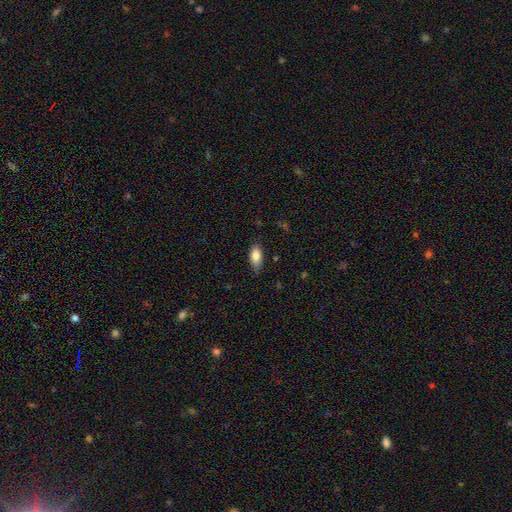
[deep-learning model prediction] smooth 83%, featured or disk 10%, star or artifact 7%. Down the decision tree: how rounded — in between (86%); merging — none (75%).